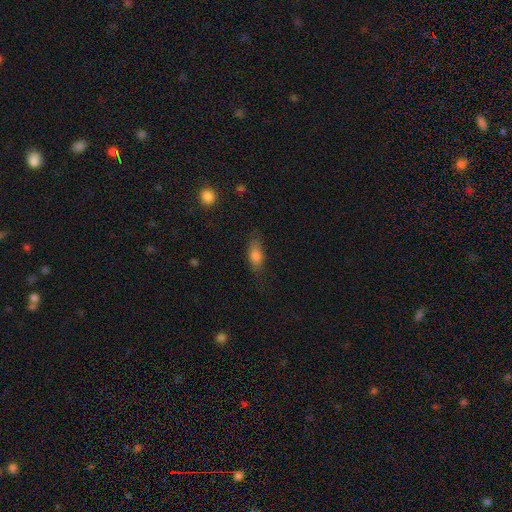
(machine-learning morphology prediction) Overall: smooth (76%). How rounded: in between (76%). Merging: none (75%).